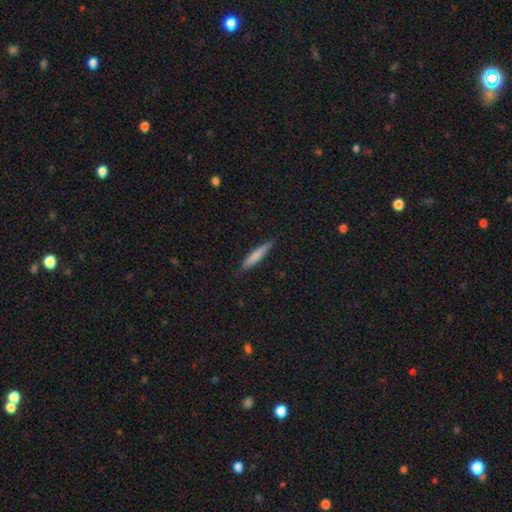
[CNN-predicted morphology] Smooth or featured: smooth — 73% (featured or disk — 21%)
How rounded: cigar-shaped — 91% (in between — 8%)
Merging: none — 85% (minor disturbance — 11%)